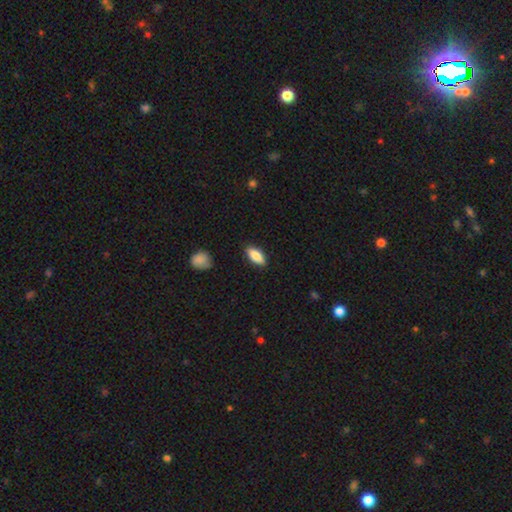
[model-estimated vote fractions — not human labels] The model was most divided on "how rounded": in between: 81%, cigar-shaped: 16%, round: 2%. More confident: merging — none (88%); smooth or featured — smooth (82%).